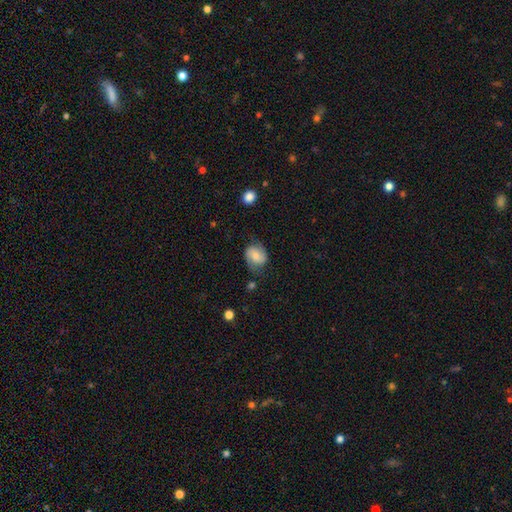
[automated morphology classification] This appears to be a featured or disk galaxy (54%) with no bar (52%), spiral arms (90%) and a moderate central bulge (47%). Merging: none (68%).